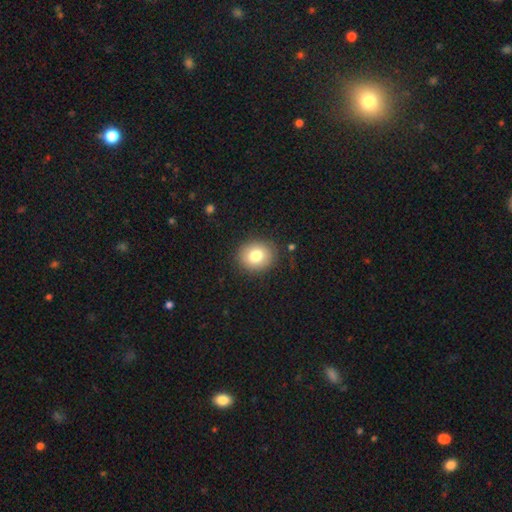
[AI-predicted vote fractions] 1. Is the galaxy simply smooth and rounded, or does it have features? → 79% smooth, 11% featured or disk, 10% star or artifact.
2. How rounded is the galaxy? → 71% round, 29% in between, 1% cigar-shaped.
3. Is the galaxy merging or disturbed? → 89% none, 8% minor disturbance, 2% major disturbance, 1% merger.